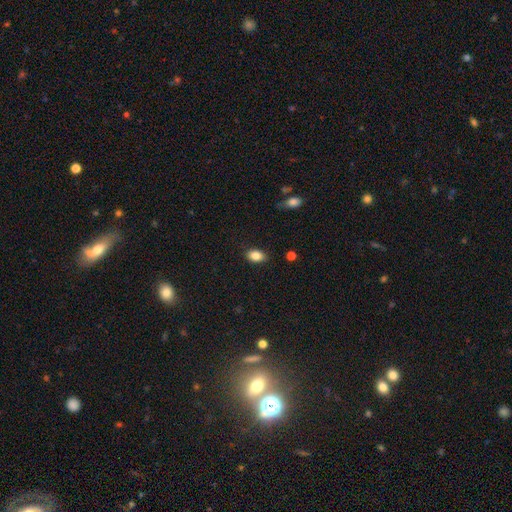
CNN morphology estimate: type=smooth (86%); roundness=in between (85%); merging=none (84%).